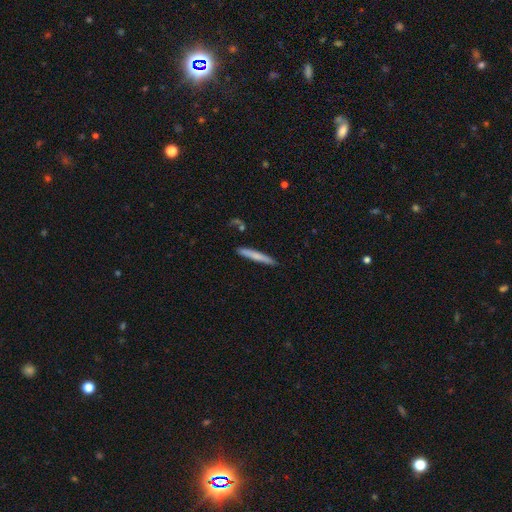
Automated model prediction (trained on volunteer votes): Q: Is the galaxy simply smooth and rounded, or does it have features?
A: smooth — 68%.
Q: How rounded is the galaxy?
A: cigar-shaped — 96%.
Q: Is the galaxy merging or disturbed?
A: none — 87%.